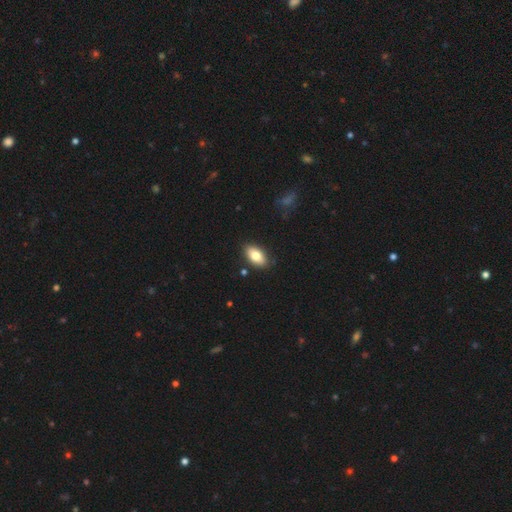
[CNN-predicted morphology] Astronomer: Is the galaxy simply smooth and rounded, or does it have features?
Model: smooth — 80%.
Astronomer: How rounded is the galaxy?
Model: in between — 92%.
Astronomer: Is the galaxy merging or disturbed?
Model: none — 86%.